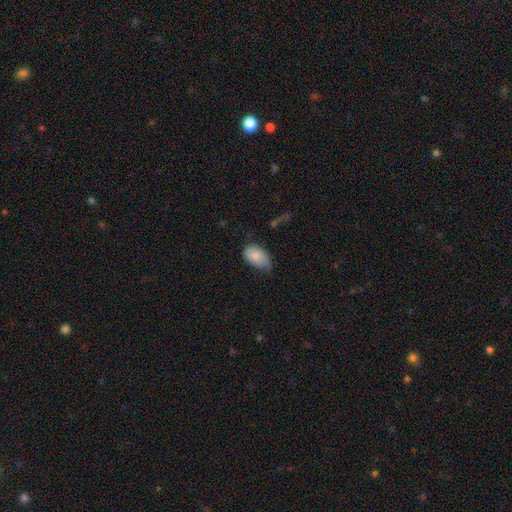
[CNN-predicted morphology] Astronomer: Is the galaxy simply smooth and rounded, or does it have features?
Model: smooth — 78%.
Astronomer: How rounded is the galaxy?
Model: in between — 92%.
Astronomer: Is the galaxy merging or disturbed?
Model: minor disturbance — 46% (runner-up: none, 39%).